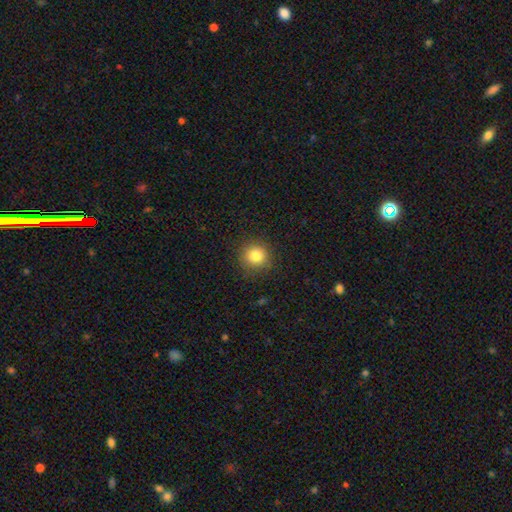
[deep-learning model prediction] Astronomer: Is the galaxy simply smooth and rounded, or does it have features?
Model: smooth — 82%.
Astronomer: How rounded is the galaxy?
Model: round — 92%.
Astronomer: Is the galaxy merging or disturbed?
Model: none — 89%.